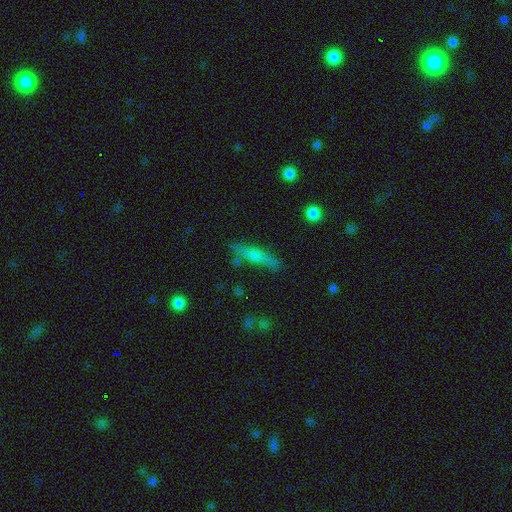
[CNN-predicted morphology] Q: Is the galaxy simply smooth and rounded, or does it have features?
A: smooth — 51%.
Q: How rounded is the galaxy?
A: cigar-shaped — 86%.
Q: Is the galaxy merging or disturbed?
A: none — 80%.